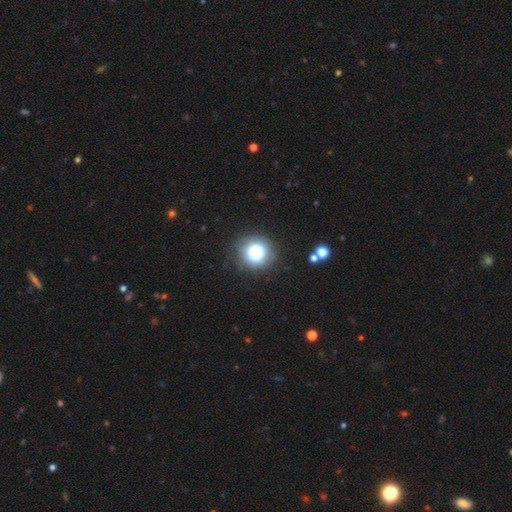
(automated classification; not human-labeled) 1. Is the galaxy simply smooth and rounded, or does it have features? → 78% smooth, 12% star or artifact, 10% featured or disk.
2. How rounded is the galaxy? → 92% round, 7% in between, 1% cigar-shaped.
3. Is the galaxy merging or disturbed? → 86% none, 9% minor disturbance, 3% major disturbance, 2% merger.